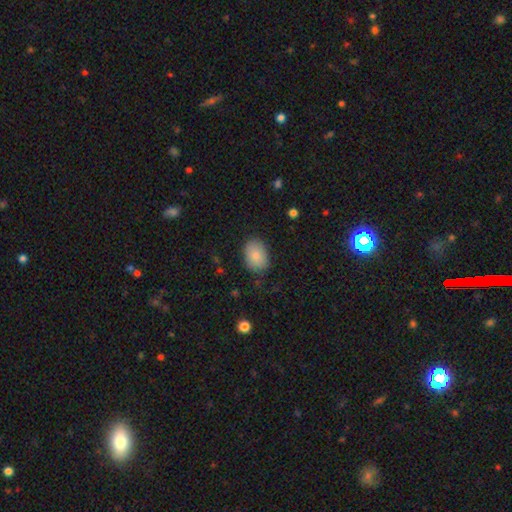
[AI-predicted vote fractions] This appears to be a smooth galaxy with no disk features (82%) that is in between round and cigar-shaped (75%). Merging: none (81%).